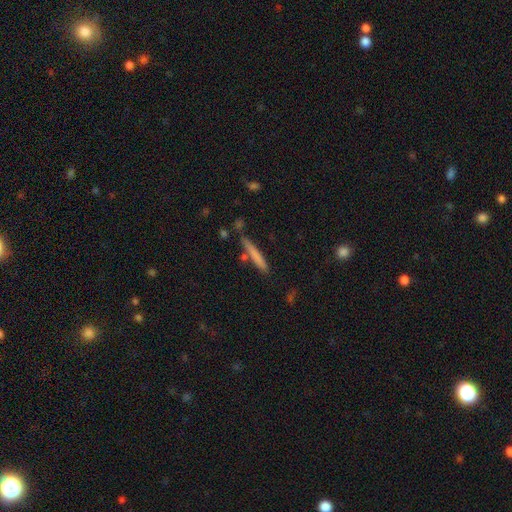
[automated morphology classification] type=smooth (71%); roundness=cigar-shaped (94%); merging=none (77%).